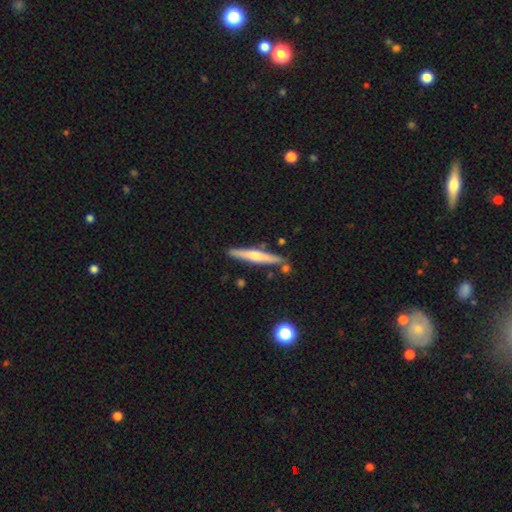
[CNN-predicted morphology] A featured or disk galaxy (61%) viewed edge-on (96%) with a rounded central bulge (80%). Merging: none (83%).